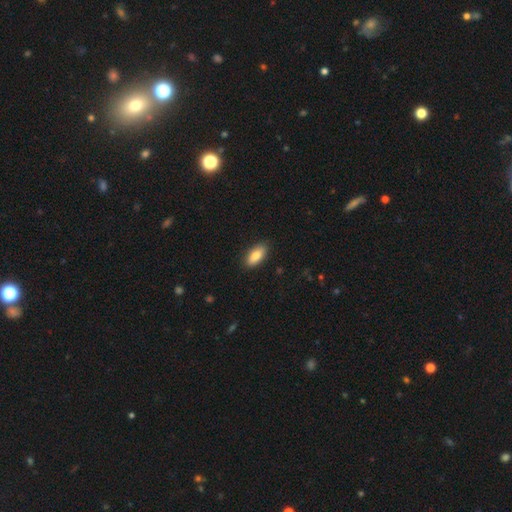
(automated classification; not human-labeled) smooth 82%, featured or disk 11%, star or artifact 7%. Down the decision tree: how rounded — in between (87%); merging — none (87%).